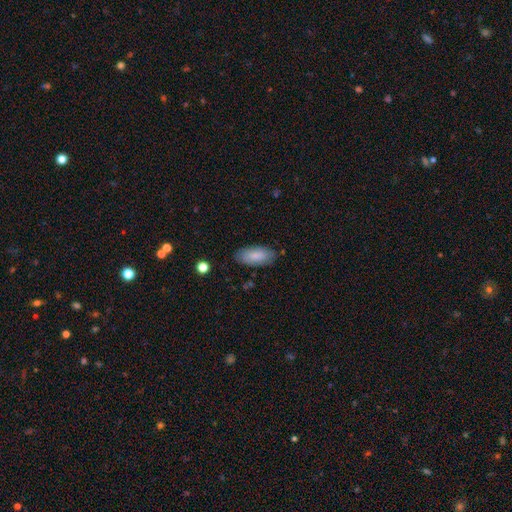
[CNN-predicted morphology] Q: Smooth or featured?
A: smooth (84%); runner-up: featured or disk (10%)
Q: How rounded?
A: in between (91%); runner-up: cigar-shaped (7%)
Q: Merging?
A: none (82%); runner-up: minor disturbance (13%)